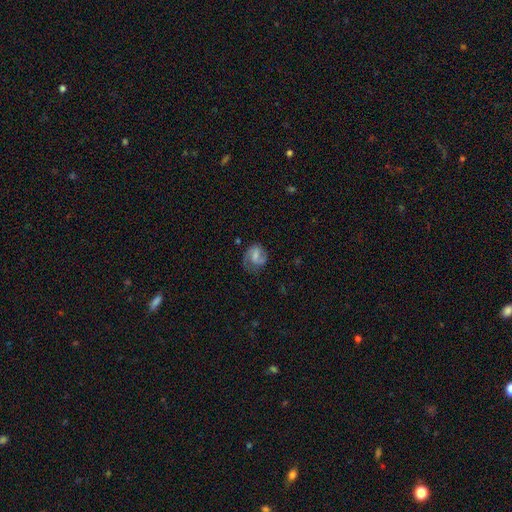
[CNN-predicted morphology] smooth_or_featured: featured or disk (p=0.62) [alt: smooth p=0.30]
disk_edge_on: no (p=0.98) [alt: yes p=0.02]
bar: weak (p=0.49) [alt: no p=0.29]
has_spiral_arms: yes (p=0.87) [alt: no p=0.13]
spiral_winding: medium (p=0.48) [alt: loose p=0.26]
spiral_arm_count: 2 (p=0.70) [alt: 1 p=0.18]
bulge_size: small (p=0.33) [alt: none p=0.30]
merging: none (p=0.56) [alt: minor disturbance p=0.24]